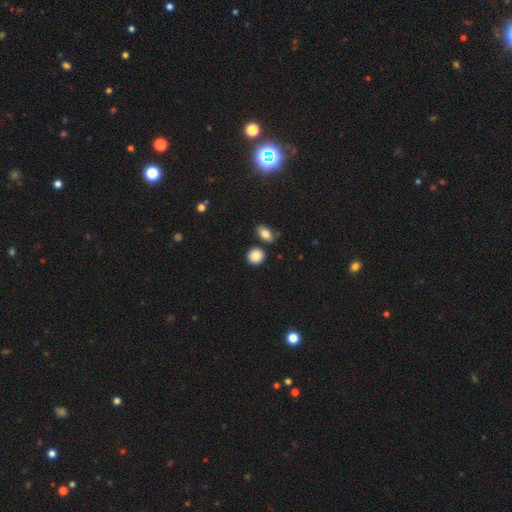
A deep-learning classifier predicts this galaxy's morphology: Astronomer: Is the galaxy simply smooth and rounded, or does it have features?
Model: smooth — 87%.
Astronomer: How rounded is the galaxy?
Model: round — 80%.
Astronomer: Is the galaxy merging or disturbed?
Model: none — 79%.